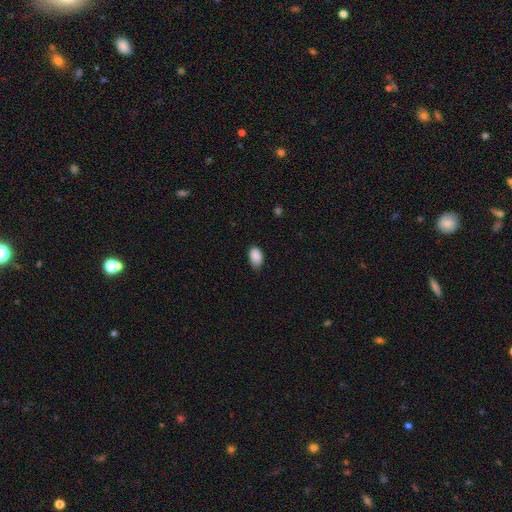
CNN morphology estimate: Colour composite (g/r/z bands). It shows a smooth galaxy with no disk features (89%) that is in between round and cigar-shaped (92%). Merging: none (68%).